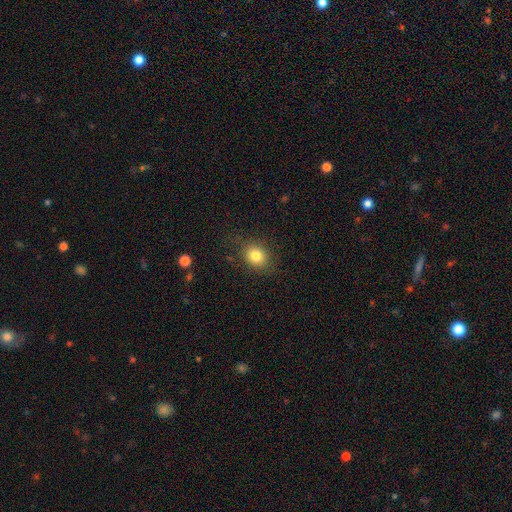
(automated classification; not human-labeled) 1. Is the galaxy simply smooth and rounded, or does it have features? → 81% smooth, 11% star or artifact, 8% featured or disk.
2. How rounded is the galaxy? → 57% round, 42% in between, 1% cigar-shaped.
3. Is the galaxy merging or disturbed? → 82% none, 12% minor disturbance, 4% major disturbance, 1% merger.